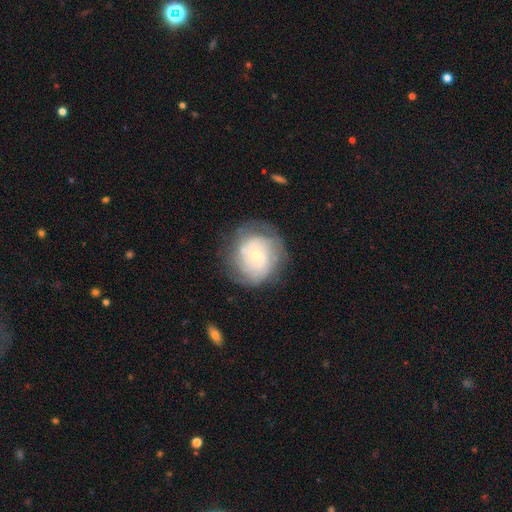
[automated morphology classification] The model was most divided on "spiral arm count": can't tell: 49%, 2: 21%, 3: 13%, 4: 8%, 1: 5%, more than 4: 4%. More confident: edge-on disk — no (98%); spiral arms — yes (83%); merging — none (72%); bulge size — small (70%); bar — no (68%); smooth or featured — featured or disk (65%); spiral winding — tight (63%).